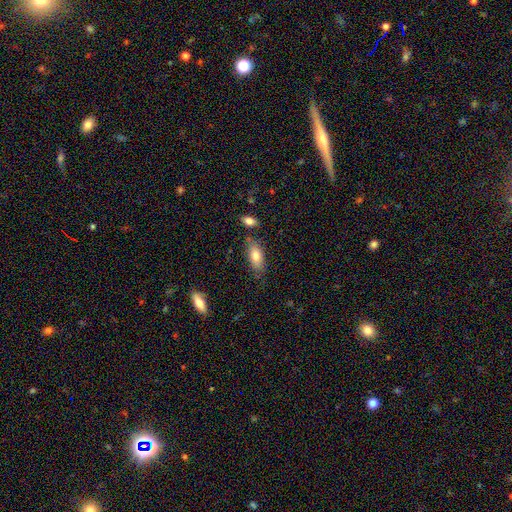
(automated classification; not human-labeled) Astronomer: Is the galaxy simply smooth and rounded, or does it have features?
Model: smooth — 80%.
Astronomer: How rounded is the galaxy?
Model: in between — 83%.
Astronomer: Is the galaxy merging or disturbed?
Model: none — 74%.